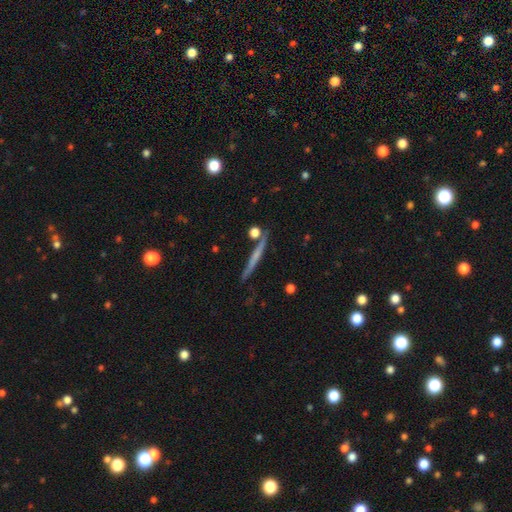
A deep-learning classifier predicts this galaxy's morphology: The model was most divided on "smooth or featured": featured or disk: 51%, smooth: 42%, star or artifact: 7%. More confident: edge-on disk — yes (97%); merging — none (86%).